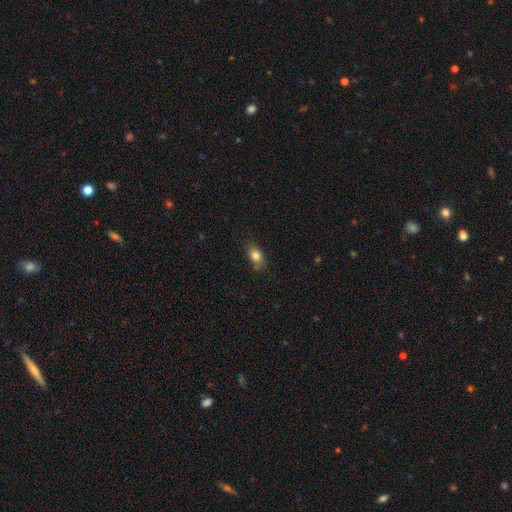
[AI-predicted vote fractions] This is clearly a smooth galaxy (81%). How rounded: clearly in between (82%). Merging: likely none (77%).